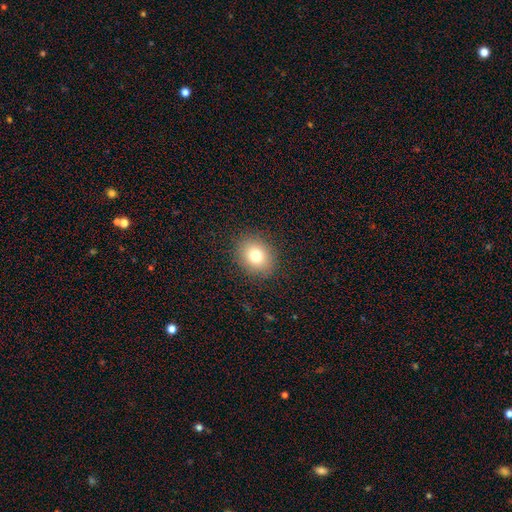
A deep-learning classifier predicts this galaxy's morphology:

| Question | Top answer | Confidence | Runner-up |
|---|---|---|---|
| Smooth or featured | smooth | 77% | star or artifact (12%) |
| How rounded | round | 64% | in between (35%) |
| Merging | none | 89% | minor disturbance (8%) |